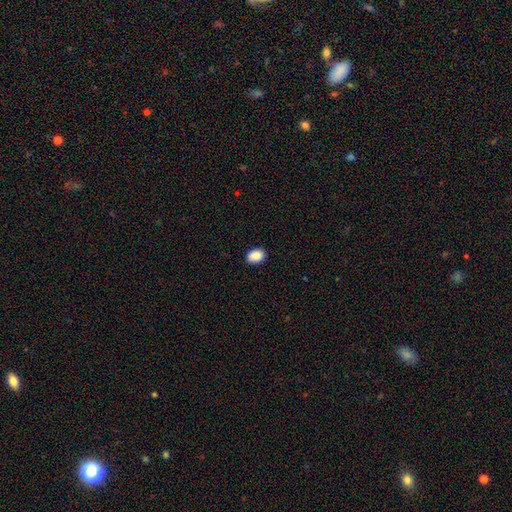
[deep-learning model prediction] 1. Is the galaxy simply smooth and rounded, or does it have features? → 90% smooth, 7% star or artifact, 3% featured or disk.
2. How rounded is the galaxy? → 78% in between, 21% round, 1% cigar-shaped.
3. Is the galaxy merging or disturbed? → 87% none, 10% minor disturbance, 2% major disturbance, 1% merger.